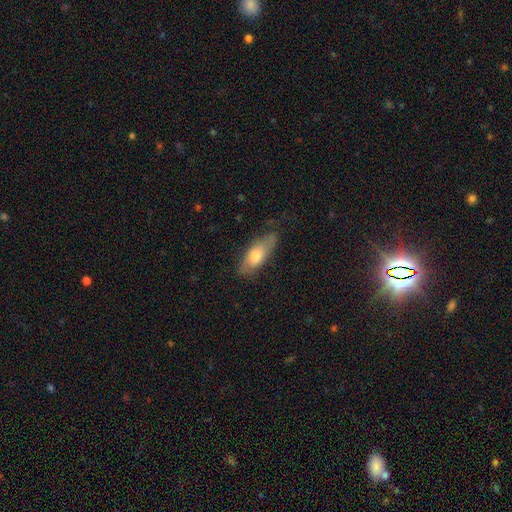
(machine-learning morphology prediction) smooth 70%, featured or disk 24%, star or artifact 6%. Down the decision tree: how rounded — in between (72%); merging — none (67%).